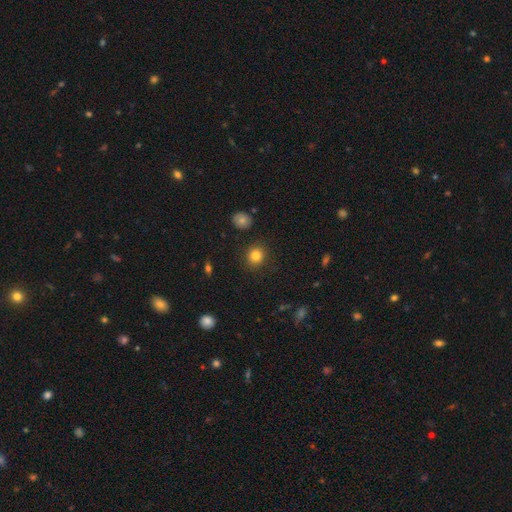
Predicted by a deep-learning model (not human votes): Morphology: type=smooth (83%); roundness=round (88%); merging=none (90%).